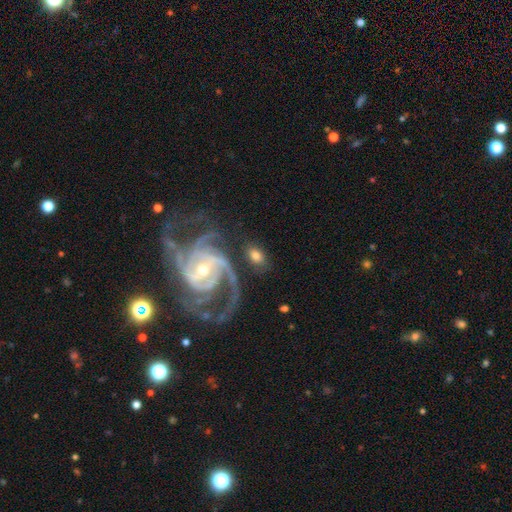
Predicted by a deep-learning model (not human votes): Smooth or featured: featured or disk — 51% (smooth — 41%)
Edge-on disk: no — 92% (yes — 8%)
Merging: none — 68% (minor disturbance — 14%)